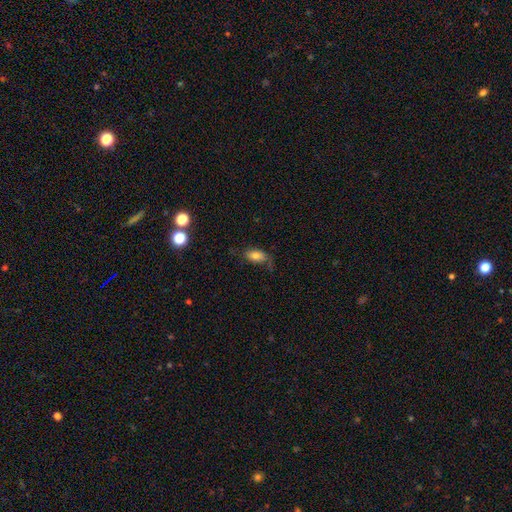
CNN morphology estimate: Q: Smooth or featured?
A: smooth (75%); runner-up: featured or disk (15%)
Q: How rounded?
A: in between (90%); runner-up: round (6%)
Q: Merging?
A: none (53%); runner-up: minor disturbance (26%)